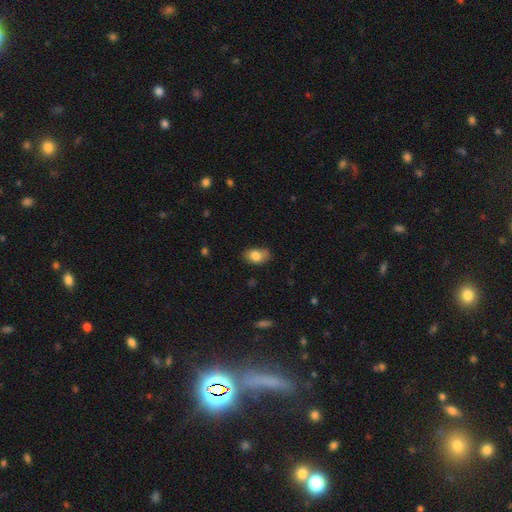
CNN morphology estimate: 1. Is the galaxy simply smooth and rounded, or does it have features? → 81% smooth, 10% featured or disk, 9% star or artifact.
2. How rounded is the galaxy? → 82% in between, 17% round, 1% cigar-shaped.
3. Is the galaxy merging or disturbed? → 63% none, 27% minor disturbance, 6% major disturbance, 4% merger.